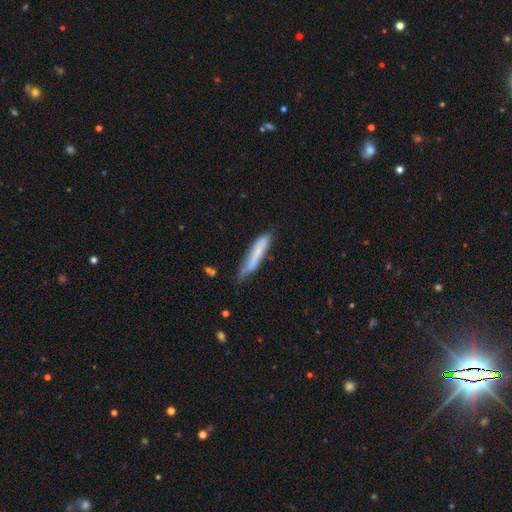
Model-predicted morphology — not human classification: A smooth galaxy with no disk features (68%) that is cigar-shaped (90%).

Vote fractions:
- Smooth or featured? smooth: 68% / featured or disk: 26% / star or artifact: 6%
- How rounded? cigar-shaped: 90% / in between: 9% / round: 1%
- Merging? none: 56% / minor disturbance: 32% / major disturbance: 8% / merger: 4%